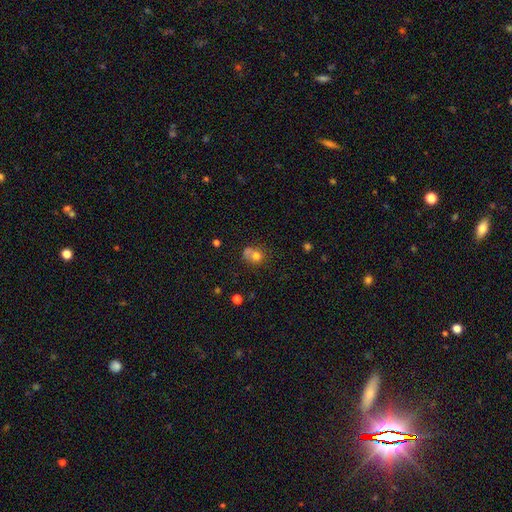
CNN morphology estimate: The model was most divided on "merging": none: 39%, merger: 34%, minor disturbance: 15%, major disturbance: 11%. More confident: smooth or featured — smooth (72%); how rounded — round (71%).